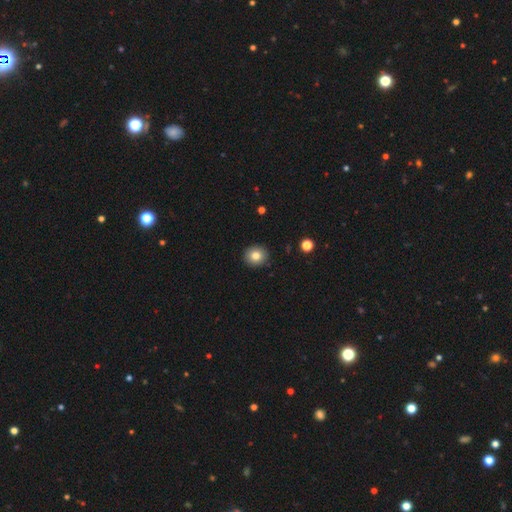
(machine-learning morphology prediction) This is clearly a smooth galaxy (81%). How rounded: clearly round (87%). Merging: clearly none (92%).